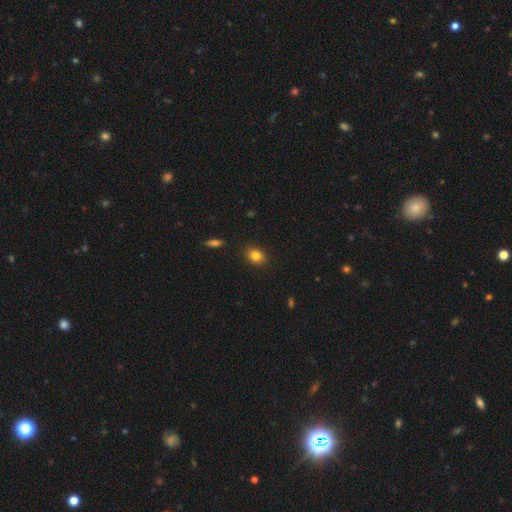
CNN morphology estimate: Smooth or featured?
  - smooth: 83% *
  - star or artifact: 10%
  - featured or disk: 7%
How rounded?
  - in between: 62% *
  - round: 36%
  - cigar-shaped: 2%
Merging?
  - none: 88% *
  - minor disturbance: 9%
  - major disturbance: 2%
  - merger: 1%